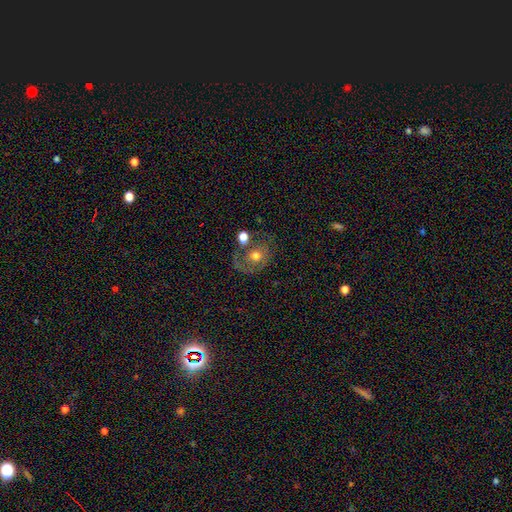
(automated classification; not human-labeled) smooth 50%, featured or disk 38%, star or artifact 11%. Down the decision tree: how rounded — round (57%); merging — none (44%).